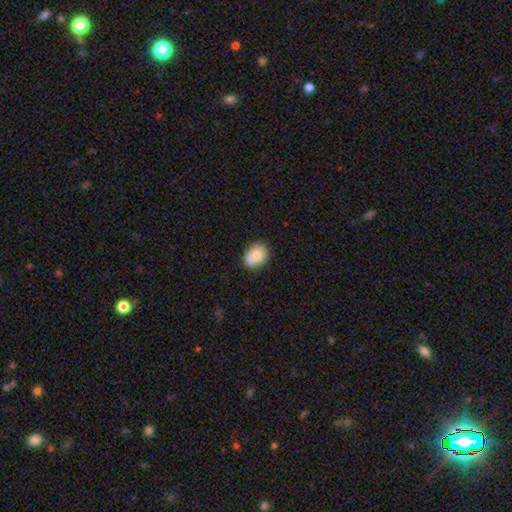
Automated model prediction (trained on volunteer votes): smooth_or_featured: smooth (p=0.76) [alt: featured or disk p=0.16]
how_rounded: in between (p=0.56) [alt: round p=0.43]
merging: none (p=0.59) [alt: merger p=0.20]